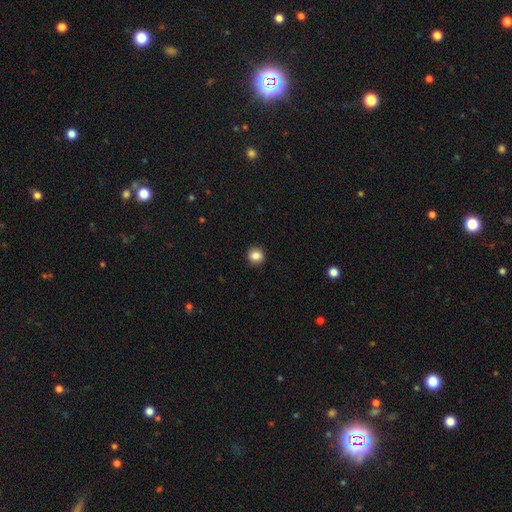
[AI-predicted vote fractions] A smooth galaxy with no disk features (85%) that is round (83%).

Vote fractions:
- Smooth or featured? smooth: 85% / star or artifact: 10% / featured or disk: 5%
- How rounded? round: 83% / in between: 16% / cigar-shaped: 1%
- Merging? none: 90% / minor disturbance: 7% / major disturbance: 2% / merger: 1%